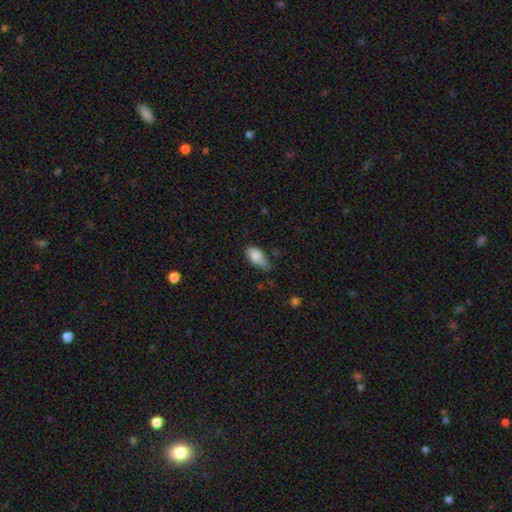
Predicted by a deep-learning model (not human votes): Overall: smooth (80%). How rounded: in between (91%). Merging: minor disturbance (45%; none 39%).